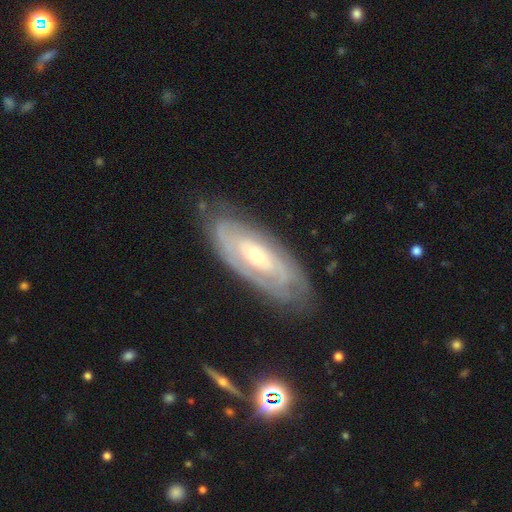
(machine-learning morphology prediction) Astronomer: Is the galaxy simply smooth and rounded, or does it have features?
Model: featured or disk — 78%.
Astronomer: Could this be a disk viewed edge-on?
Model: no — 88%.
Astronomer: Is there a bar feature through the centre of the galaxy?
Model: no — 64%.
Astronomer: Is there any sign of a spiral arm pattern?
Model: yes — 80%.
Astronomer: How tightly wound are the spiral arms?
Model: tight — 74%.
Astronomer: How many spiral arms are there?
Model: can't tell — 58%.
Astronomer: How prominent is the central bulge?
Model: small — 55% (runner-up: moderate, 41%).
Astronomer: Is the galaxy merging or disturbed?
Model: none — 75%.